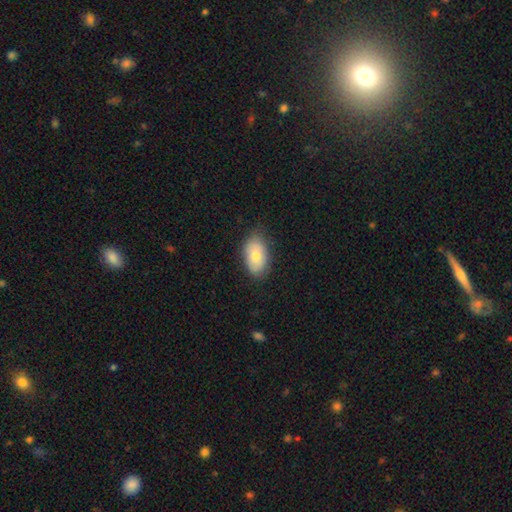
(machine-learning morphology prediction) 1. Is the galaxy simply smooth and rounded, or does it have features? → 72% smooth, 21% featured or disk, 7% star or artifact.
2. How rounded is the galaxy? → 91% in between, 8% round, 1% cigar-shaped.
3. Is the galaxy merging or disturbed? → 79% none, 17% minor disturbance, 3% major disturbance, 1% merger.